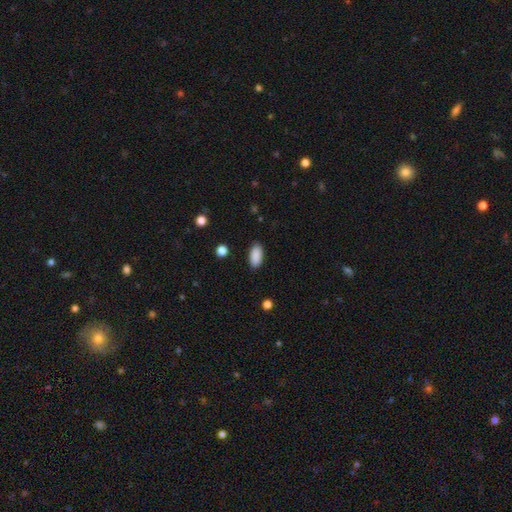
Smooth or featured: smooth — 95% (star or artifact — 5%)
How rounded: in between — 100%
Merging: none — 94% (minor disturbance — 3%)